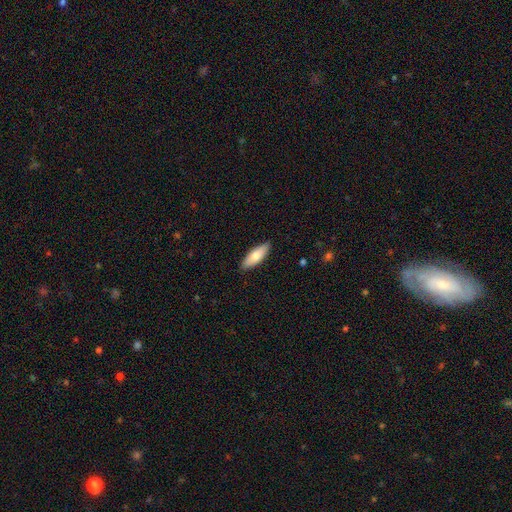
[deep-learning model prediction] Smooth or featured? smooth (77%)
How rounded? in between (61%)
Merging? none (89%)